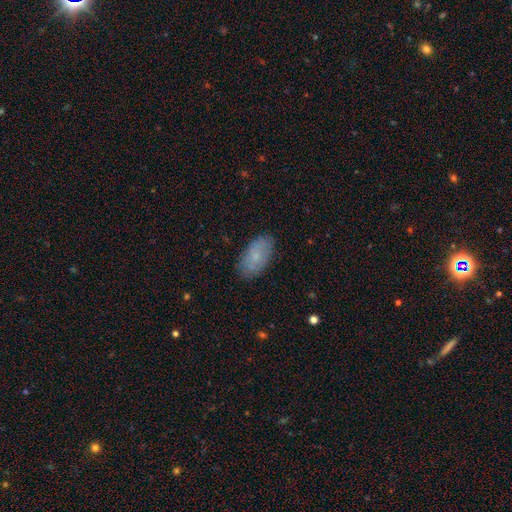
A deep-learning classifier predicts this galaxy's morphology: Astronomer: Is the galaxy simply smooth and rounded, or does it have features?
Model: smooth — 68%.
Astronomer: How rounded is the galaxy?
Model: in between — 94%.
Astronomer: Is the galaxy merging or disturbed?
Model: none — 83%.